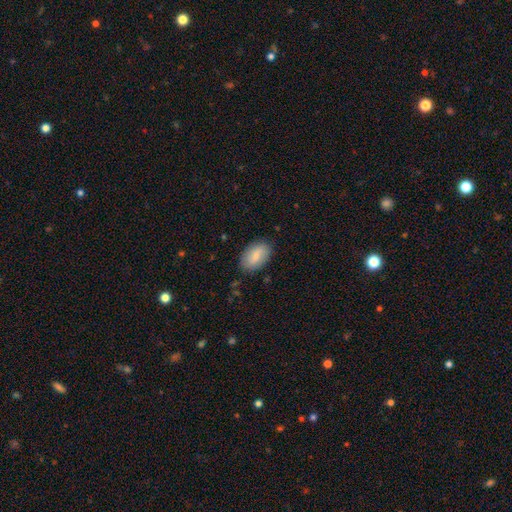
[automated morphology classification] Smooth or featured?
  - smooth: 75% *
  - featured or disk: 19%
  - star or artifact: 6%
How rounded?
  - in between: 93% *
  - round: 5%
  - cigar-shaped: 2%
Merging?
  - none: 84% *
  - minor disturbance: 12%
  - major disturbance: 3%
  - merger: 1%